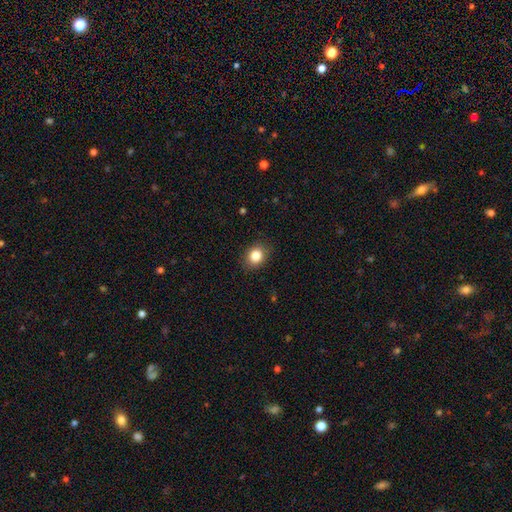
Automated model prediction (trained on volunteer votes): smooth-or-featured: smooth: 84% | star or artifact: 10% | featured or disk: 6%
  how-rounded: round: 53% | in between: 46% | cigar-shaped: 1%
  merging: none: 87% | minor disturbance: 10% | major disturbance: 3% | merger: 1%